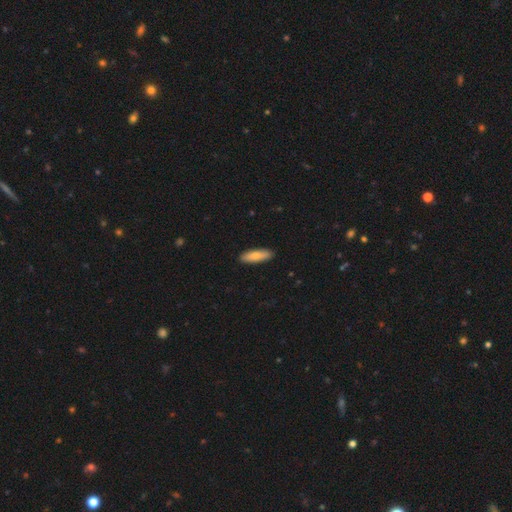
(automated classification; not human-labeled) Morphology: type=smooth (81%); roundness=cigar-shaped (53%); merging=none (89%).